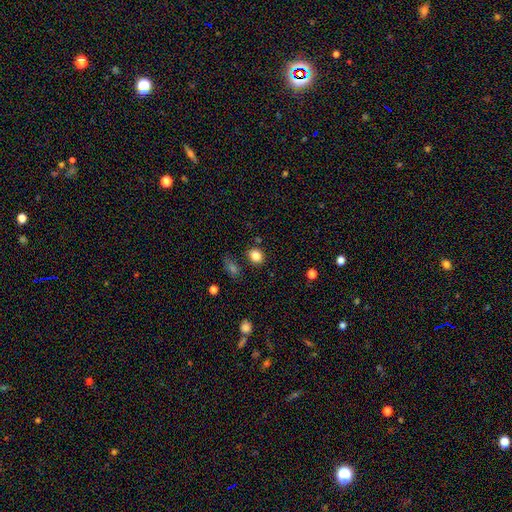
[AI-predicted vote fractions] Smooth or featured?
  - smooth: 84% *
  - star or artifact: 11%
  - featured or disk: 5%
How rounded?
  - round: 67% *
  - in between: 32%
  - cigar-shaped: 1%
Merging?
  - none: 82% *
  - minor disturbance: 11%
  - merger: 4%
  - major disturbance: 3%